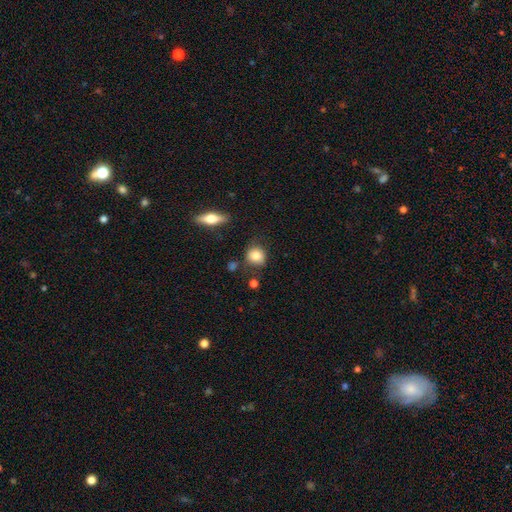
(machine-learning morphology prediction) Smooth or featured: smooth — 82% (featured or disk — 10%)
How rounded: round — 76% (in between — 23%)
Merging: none — 73% (minor disturbance — 18%)